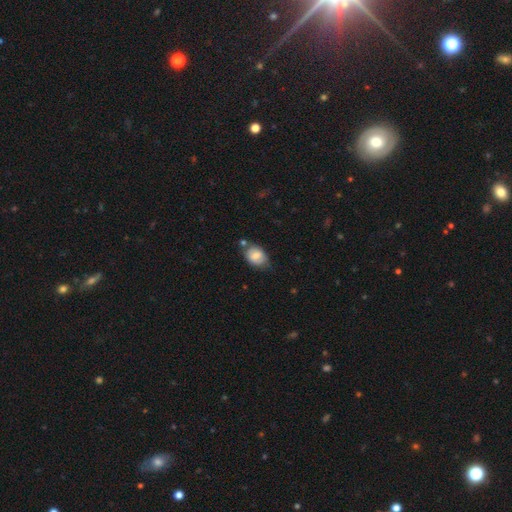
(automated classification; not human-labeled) A smooth galaxy with no disk features (72%) that is in between round and cigar-shaped (77%).

Vote fractions:
- Smooth or featured? smooth: 72% / featured or disk: 20% / star or artifact: 8%
- How rounded? in between: 77% / round: 22% / cigar-shaped: 1%
- Merging? none: 62% / minor disturbance: 23% / merger: 9% / major disturbance: 6%